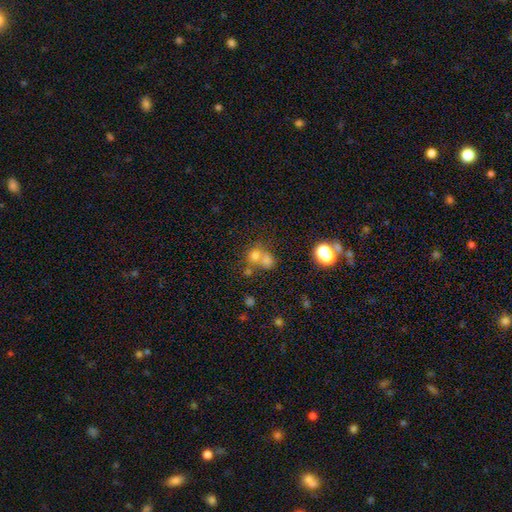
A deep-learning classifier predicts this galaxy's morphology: The model was most divided on "merging": merger: 50%, none: 37%, minor disturbance: 8%, major disturbance: 5%. More confident: how rounded — round (76%); smooth or featured — smooth (66%).